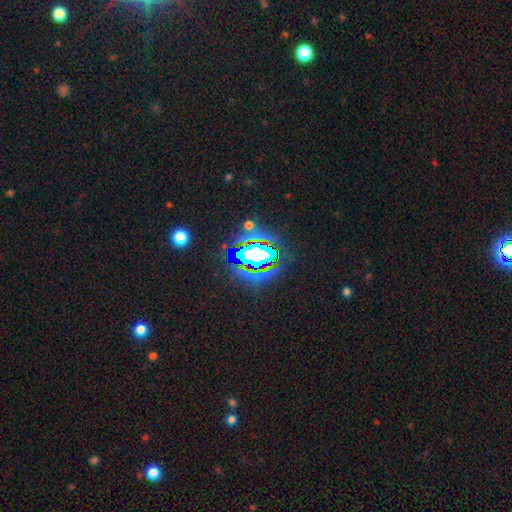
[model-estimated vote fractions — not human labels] This appears to be a star or artifact, not a galaxy (64%).